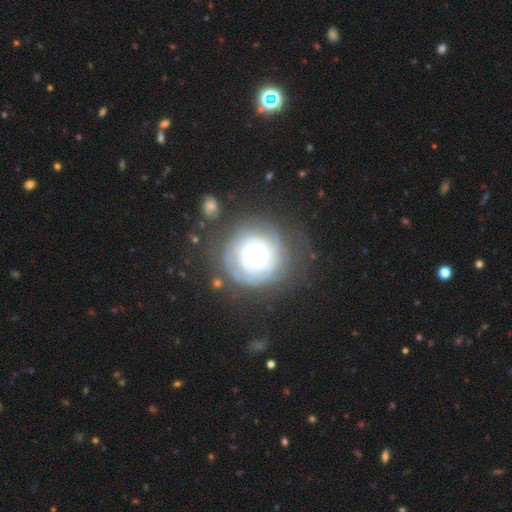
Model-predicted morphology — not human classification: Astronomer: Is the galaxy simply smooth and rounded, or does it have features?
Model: featured or disk — 74%.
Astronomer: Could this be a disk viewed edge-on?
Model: no — 97%.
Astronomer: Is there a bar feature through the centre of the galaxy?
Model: no — 82%.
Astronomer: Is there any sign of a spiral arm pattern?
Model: yes — 81%.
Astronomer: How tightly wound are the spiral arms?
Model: tight — 78%.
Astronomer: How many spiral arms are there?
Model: can't tell — 48%.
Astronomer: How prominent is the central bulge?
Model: moderate — 63%.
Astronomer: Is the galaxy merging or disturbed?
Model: none — 68%.